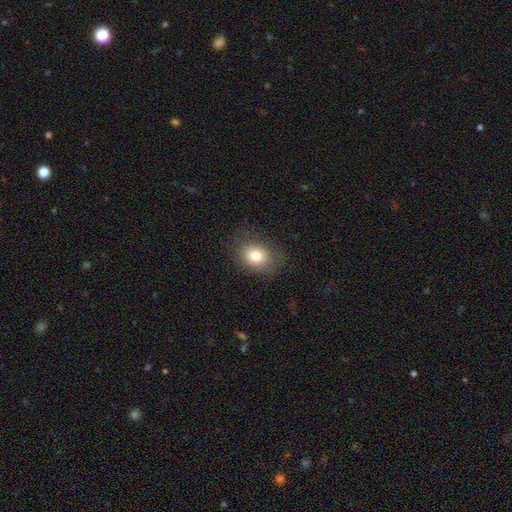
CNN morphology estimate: type=smooth (80%); roundness=in between (55%); merging=none (79%).